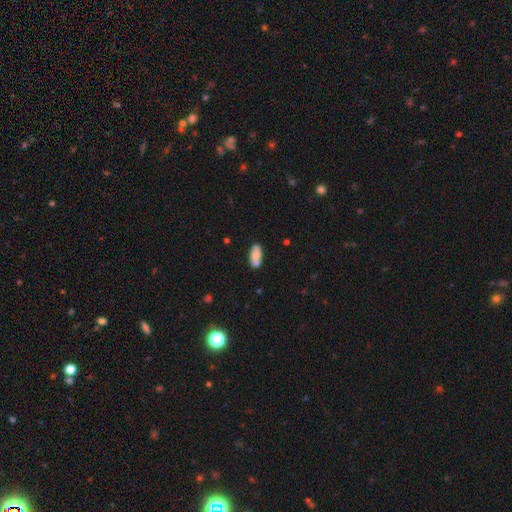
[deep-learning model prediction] Morphology: type=smooth (64%); roundness=in between (86%); merging=none (63%).